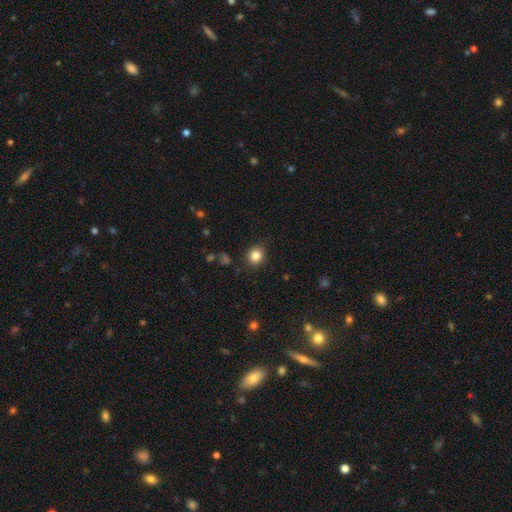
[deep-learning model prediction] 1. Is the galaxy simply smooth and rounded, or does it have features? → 84% smooth, 11% star or artifact, 6% featured or disk.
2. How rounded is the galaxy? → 74% round, 26% in between, 1% cigar-shaped.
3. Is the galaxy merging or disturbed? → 86% none, 10% minor disturbance, 3% major disturbance, 1% merger.